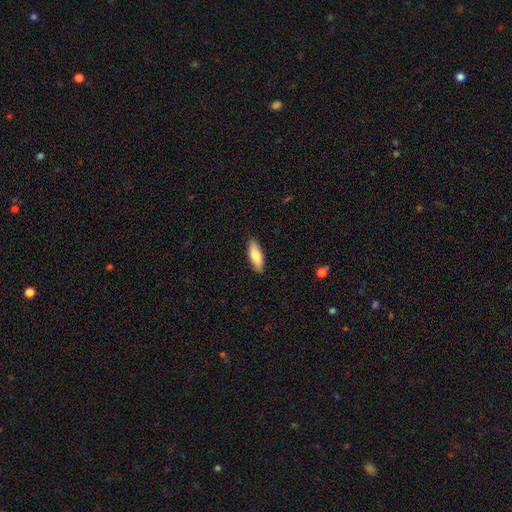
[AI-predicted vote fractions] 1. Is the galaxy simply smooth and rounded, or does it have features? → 82% smooth, 12% featured or disk, 6% star or artifact.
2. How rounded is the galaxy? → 65% in between, 33% cigar-shaped, 2% round.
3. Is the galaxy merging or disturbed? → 88% none, 9% minor disturbance, 2% major disturbance, 1% merger.